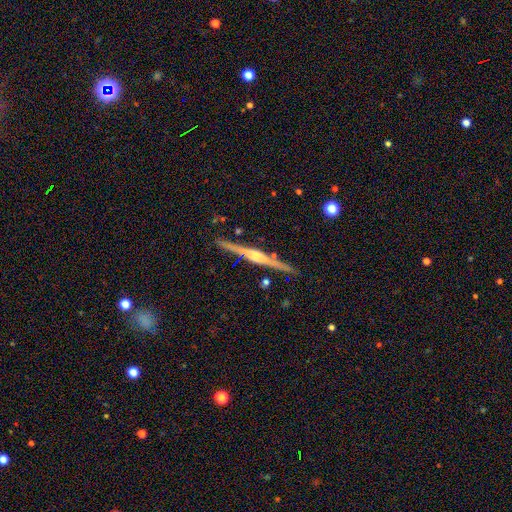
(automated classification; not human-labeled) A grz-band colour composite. It shows a featured or disk galaxy (82%) viewed edge-on (98%) with a rounded central bulge (71%). Merging: none (89%).